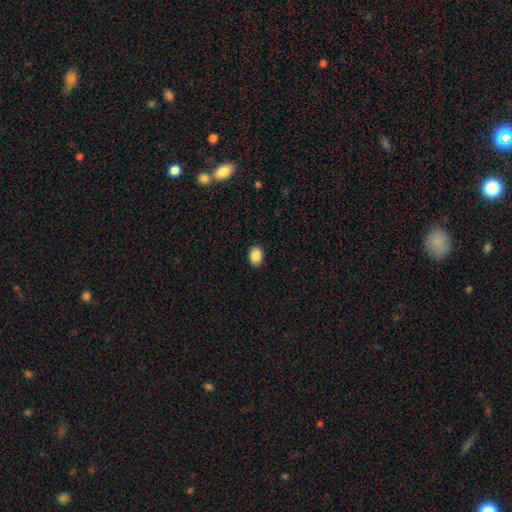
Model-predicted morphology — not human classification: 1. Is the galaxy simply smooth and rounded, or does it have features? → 87% smooth, 8% star or artifact, 4% featured or disk.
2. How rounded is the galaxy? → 71% in between, 29% round, 1% cigar-shaped.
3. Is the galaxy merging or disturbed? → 90% none, 7% minor disturbance, 2% major disturbance, 1% merger.